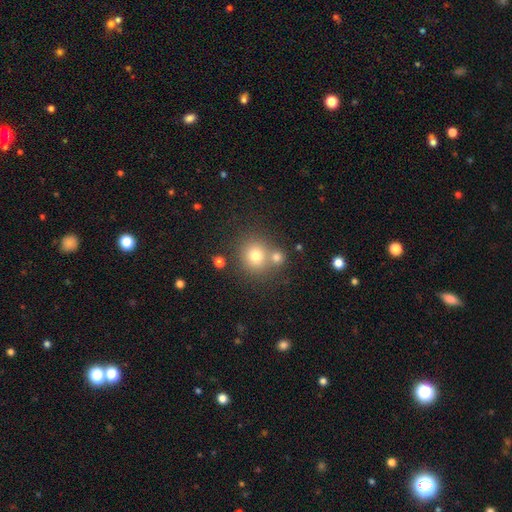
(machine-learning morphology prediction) This is likely a smooth galaxy (75%). How rounded: clearly round (86%). Merging: likely none (61%).